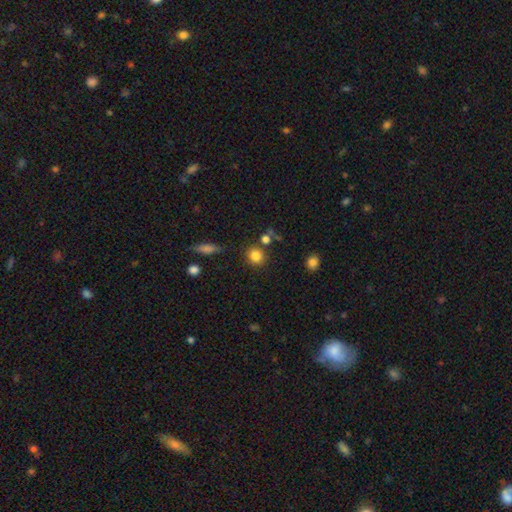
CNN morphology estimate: smooth_or_featured: smooth (p=0.83) [alt: star or artifact p=0.11]
how_rounded: round (p=0.87) [alt: in between p=0.12]
merging: none (p=0.79) [alt: minor disturbance p=0.09]